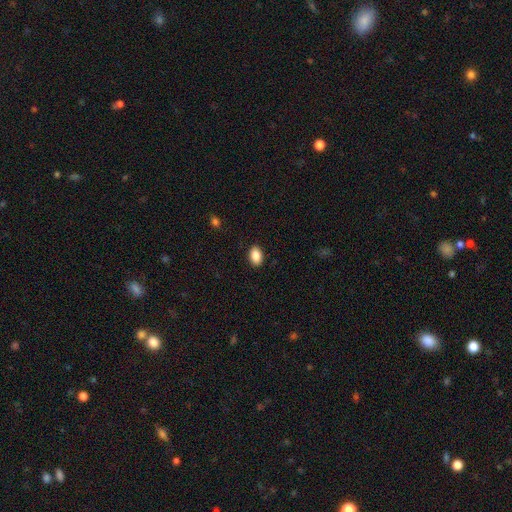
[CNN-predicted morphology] smooth-or-featured: smooth: 88% | star or artifact: 8% | featured or disk: 4%
  how-rounded: in between: 89% | round: 10% | cigar-shaped: 1%
  merging: none: 89% | minor disturbance: 8% | major disturbance: 2% | merger: 1%